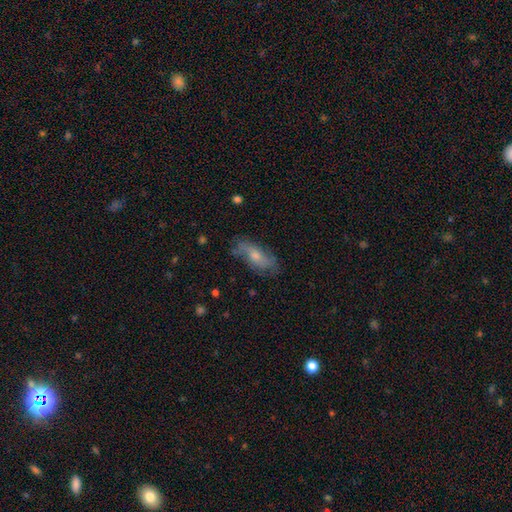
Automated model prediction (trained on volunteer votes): smooth_or_featured: smooth (p=0.47) [alt: featured or disk p=0.45]
merging: none (p=0.65) [alt: minor disturbance p=0.24]